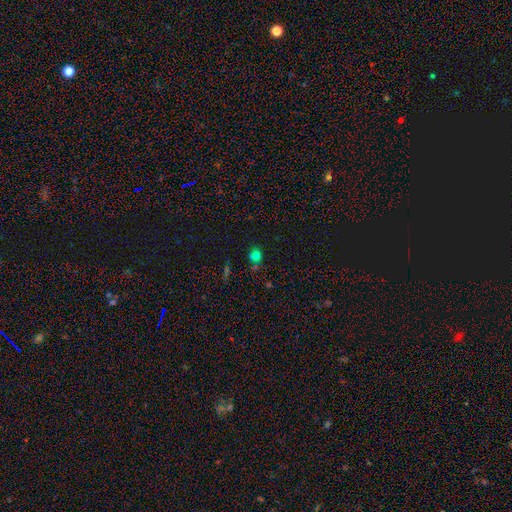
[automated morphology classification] smooth 73%, star or artifact 20%, featured or disk 6%. Down the decision tree: how rounded — round (74%); merging — none (67%).